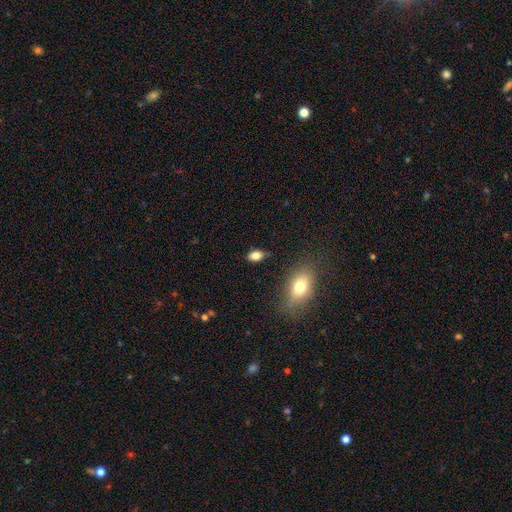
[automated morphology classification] type=smooth (80%); roundness=in between (84%); merging=none (77%).